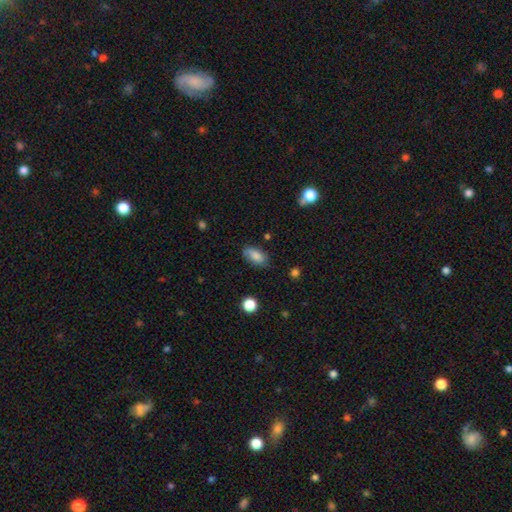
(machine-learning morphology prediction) Q: Smooth or featured?
A: smooth (80%); runner-up: featured or disk (12%)
Q: How rounded?
A: in between (91%); runner-up: round (4%)
Q: Merging?
A: none (73%); runner-up: minor disturbance (21%)